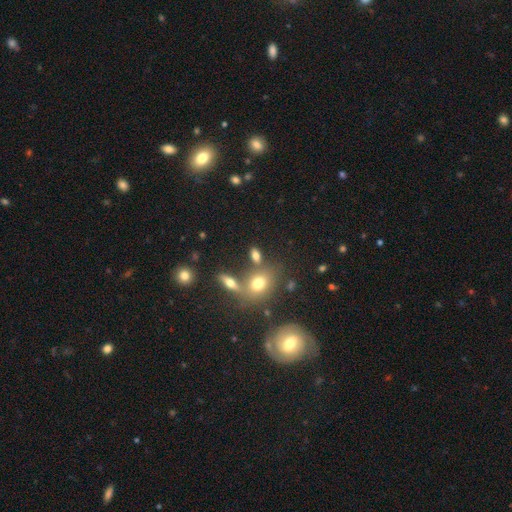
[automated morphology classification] smooth-or-featured: smooth: 73% | featured or disk: 14% | star or artifact: 14%
  how-rounded: in between: 74% | round: 19% | cigar-shaped: 7%
  merging: none: 63% | merger: 20% | minor disturbance: 12% | major disturbance: 5%